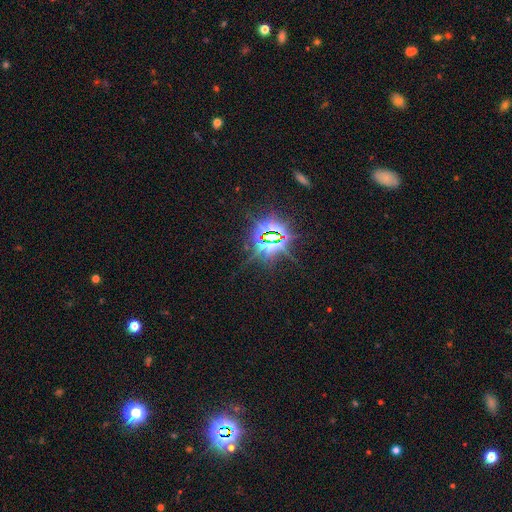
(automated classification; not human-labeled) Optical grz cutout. It shows a star or artifact, not a galaxy (77%).